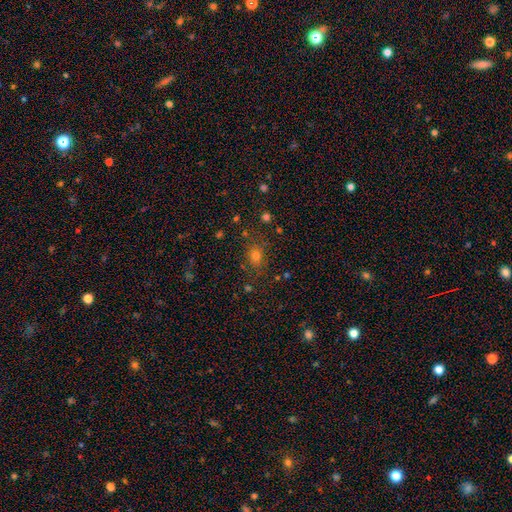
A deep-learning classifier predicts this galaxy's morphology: The model was most divided on "how rounded": round: 60%, in between: 38%, cigar-shaped: 1%. More confident: merging — none (80%); smooth or featured — smooth (70%).